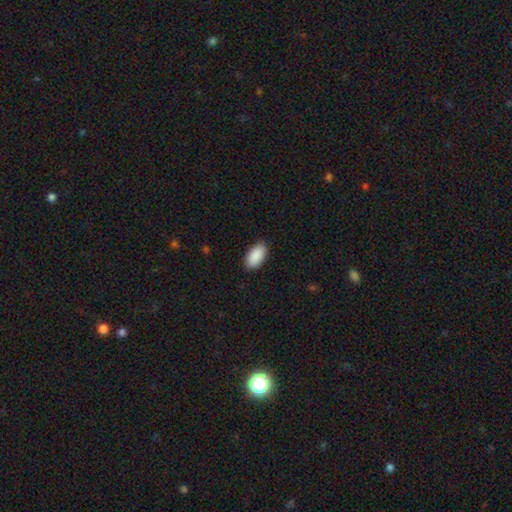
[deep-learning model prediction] Q: Smooth or featured?
A: smooth (91%); runner-up: star or artifact (6%)
Q: How rounded?
A: in between (95%); runner-up: cigar-shaped (3%)
Q: Merging?
A: none (87%); runner-up: minor disturbance (10%)